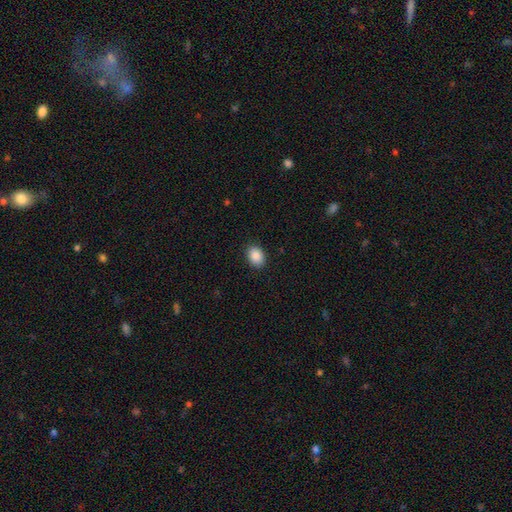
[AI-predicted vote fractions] Q: Smooth or featured?
A: smooth (88%); runner-up: star or artifact (8%)
Q: How rounded?
A: in between (73%); runner-up: round (26%)
Q: Merging?
A: none (89%); runner-up: minor disturbance (8%)